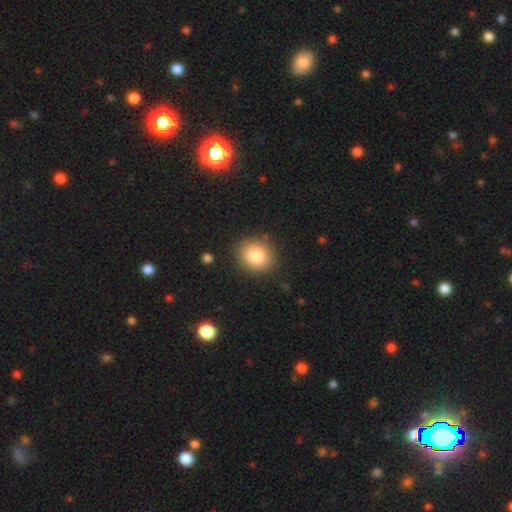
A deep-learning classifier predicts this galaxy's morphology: Overall: smooth (82%). How rounded: round (70%). Merging: none (87%).